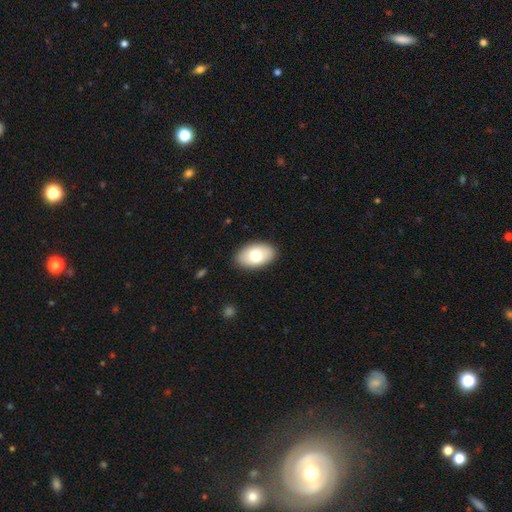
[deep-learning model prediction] This appears to be a smooth galaxy with no disk features (73%) that is in between round and cigar-shaped (94%). Merging: none (88%).